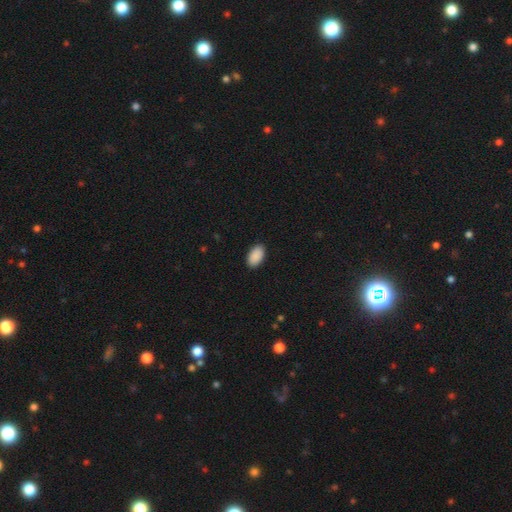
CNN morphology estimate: A smooth galaxy with no disk features (91%) that is in between round and cigar-shaped (95%).

Vote fractions:
- Smooth or featured? smooth: 91% / star or artifact: 6% / featured or disk: 2%
- How rounded? in between: 95% / round: 4% / cigar-shaped: 1%
- Merging? none: 90% / minor disturbance: 7% / major disturbance: 2% / merger: 1%